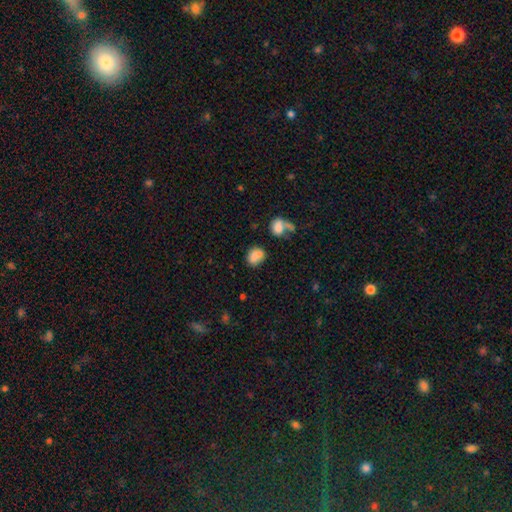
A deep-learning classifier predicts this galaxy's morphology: type=smooth (79%); roundness=in between (51%); merging=none (50%).